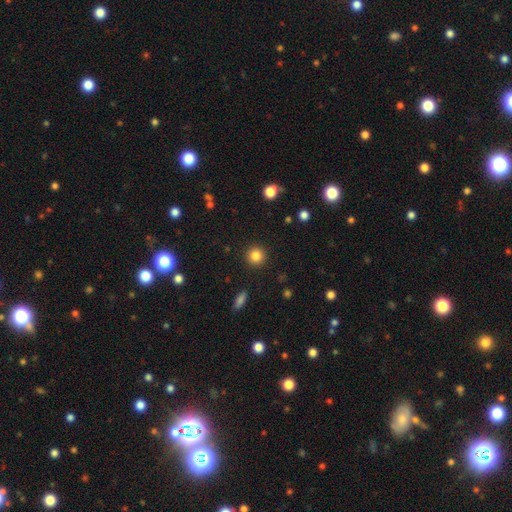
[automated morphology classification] smooth-or-featured: smooth: 83% | star or artifact: 11% | featured or disk: 6%
  how-rounded: round: 94% | in between: 5% | cigar-shaped: 1%
  merging: none: 92% | minor disturbance: 5% | major disturbance: 2% | merger: 1%